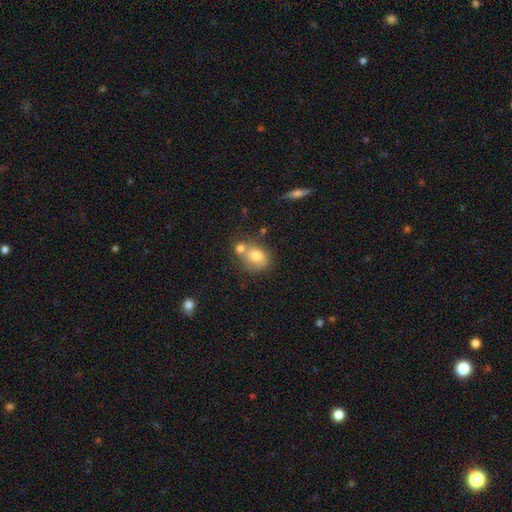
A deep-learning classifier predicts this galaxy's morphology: smooth_or_featured: smooth (p=0.74) [alt: featured or disk p=0.17]
how_rounded: in between (p=0.51) [alt: round p=0.48]
merging: none (p=0.39) [alt: merger p=0.37]